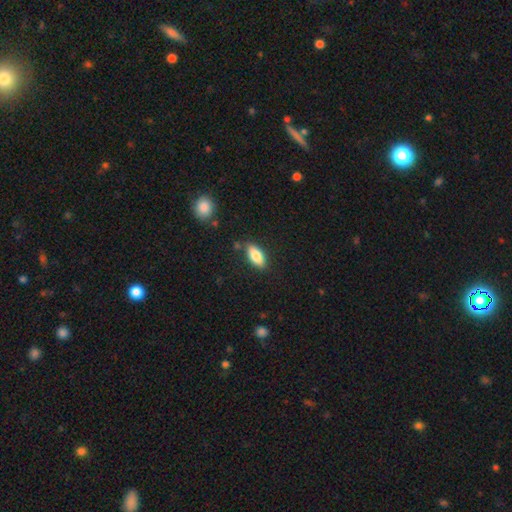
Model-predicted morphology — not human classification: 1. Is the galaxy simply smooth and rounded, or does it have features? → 84% smooth, 10% featured or disk, 7% star or artifact.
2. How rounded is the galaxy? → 86% in between, 11% cigar-shaped, 3% round.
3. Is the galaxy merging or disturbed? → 81% none, 12% minor disturbance, 3% merger, 3% major disturbance.